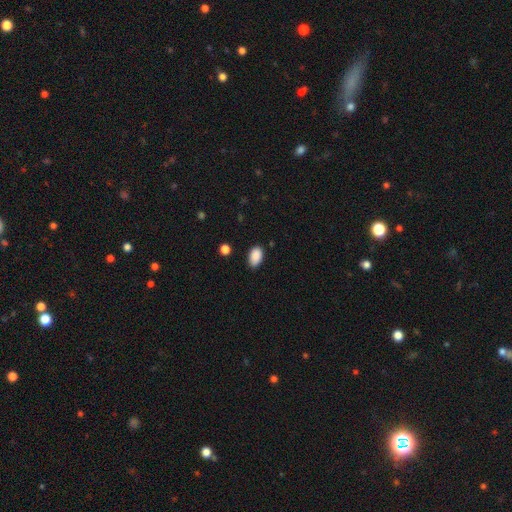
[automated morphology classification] Q: Smooth or featured?
A: smooth (89%); runner-up: star or artifact (8%)
Q: How rounded?
A: in between (92%); runner-up: round (7%)
Q: Merging?
A: none (81%); runner-up: minor disturbance (15%)